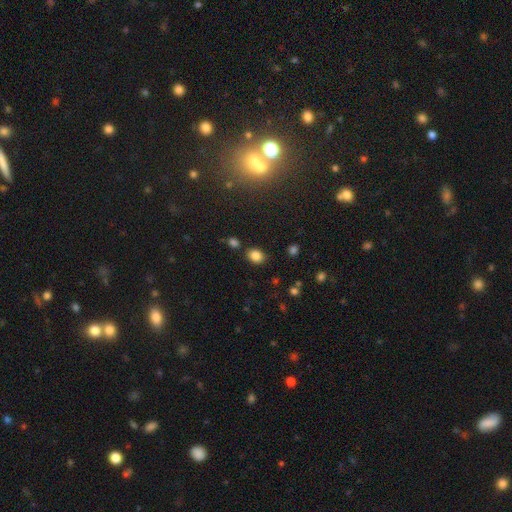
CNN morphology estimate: Smooth or featured: smooth — 83% (star or artifact — 11%)
How rounded: in between — 65% (round — 34%)
Merging: none — 82% (minor disturbance — 11%)